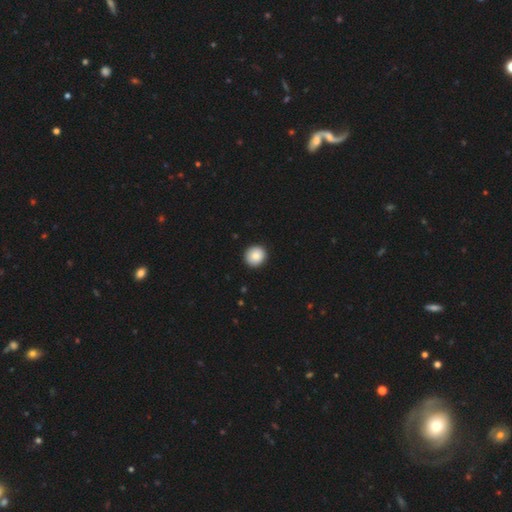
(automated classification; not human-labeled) A smooth galaxy with no disk features (86%) that is round (93%). Merging: none (93%).